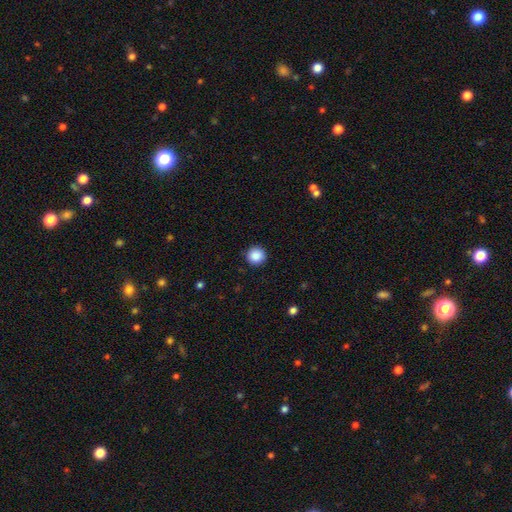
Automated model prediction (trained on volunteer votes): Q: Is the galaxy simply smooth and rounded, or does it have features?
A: smooth — 88%.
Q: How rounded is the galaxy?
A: round — 95%.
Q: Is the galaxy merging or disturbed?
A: none — 92%.